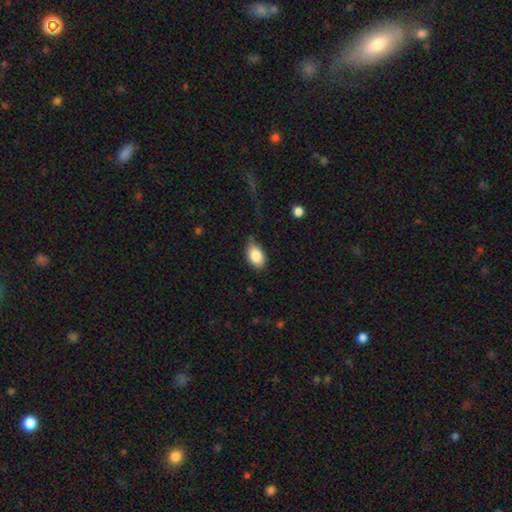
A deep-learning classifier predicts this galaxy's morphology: This appears to be a smooth galaxy with no disk features (85%) that is in between round and cigar-shaped (91%). Merging: none (77%).